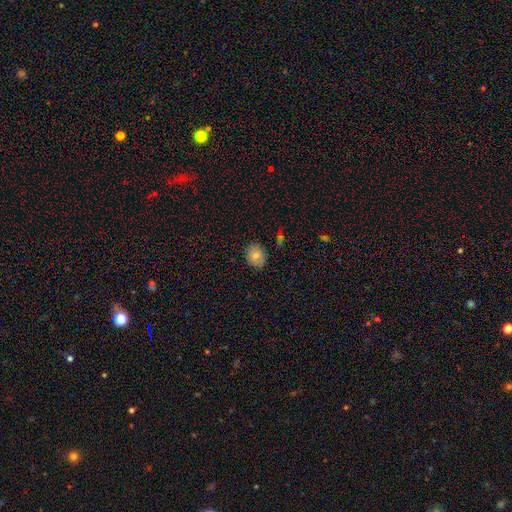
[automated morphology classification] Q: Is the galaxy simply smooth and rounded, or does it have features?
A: smooth — 74%.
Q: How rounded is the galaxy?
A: round — 54%.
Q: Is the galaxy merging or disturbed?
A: none — 82%.